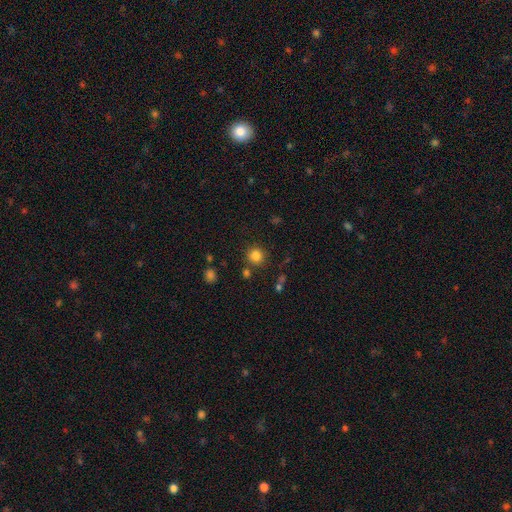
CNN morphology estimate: smooth-or-featured: smooth: 83% | star or artifact: 12% | featured or disk: 5%
  how-rounded: round: 90% | in between: 9% | cigar-shaped: 1%
  merging: none: 83% | minor disturbance: 8% | merger: 5% | major disturbance: 3%